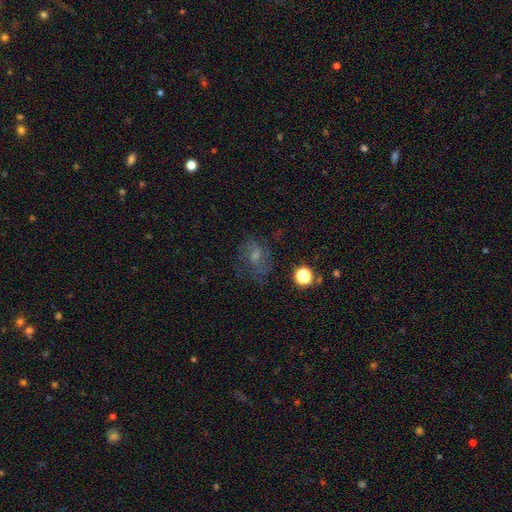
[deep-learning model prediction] This appears to be a featured or disk galaxy (51%). Merging: none (61%).